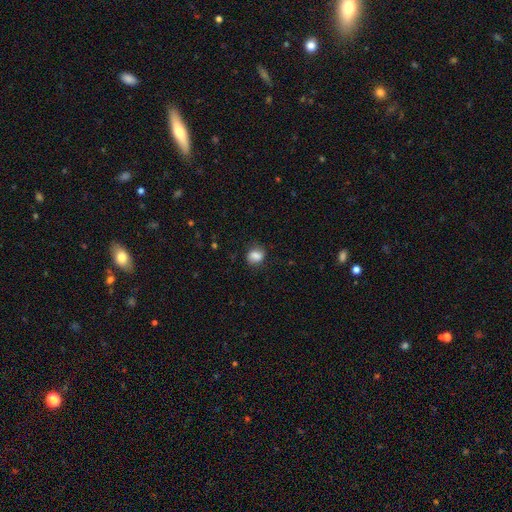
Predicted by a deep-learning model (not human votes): Smooth or featured? Predicted: smooth (p=0.81). How rounded? Predicted: round (p=0.51). Merging? Predicted: none (p=0.74).